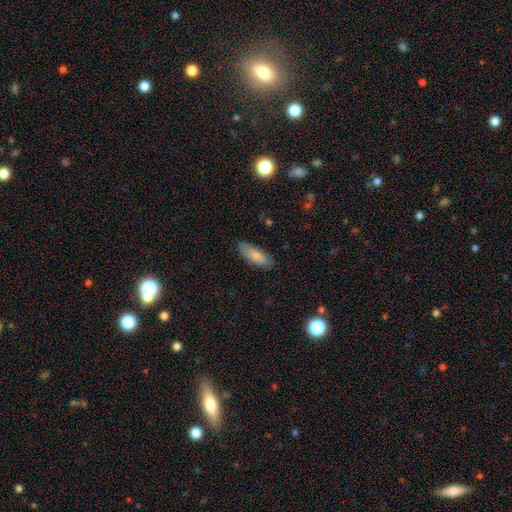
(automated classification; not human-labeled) Overall: smooth (81%). How rounded: in between (64%; cigar-shaped 34%). Merging: none (85%).